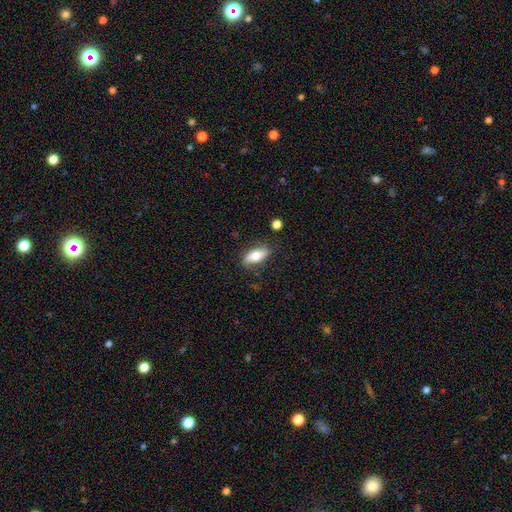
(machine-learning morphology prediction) A smooth galaxy with no disk features (66%) that is in between round and cigar-shaped (80%). Merging: none (78%).